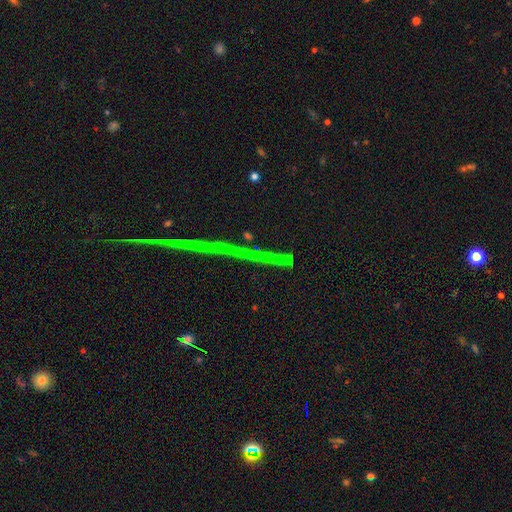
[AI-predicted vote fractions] smooth_or_featured: star or artifact (p=0.75) [alt: featured or disk p=0.15]